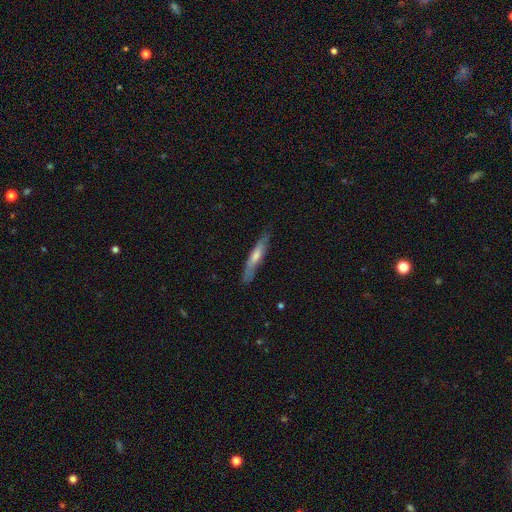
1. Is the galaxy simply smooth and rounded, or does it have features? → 69% featured or disk, 26% smooth, 5% star or artifact.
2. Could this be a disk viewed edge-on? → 100% yes, 0% no.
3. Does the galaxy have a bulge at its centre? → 48% rounded, 41% none, 11% boxy.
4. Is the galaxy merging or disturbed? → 70% none, 27% minor disturbance, 3% major disturbance, 0% merger.